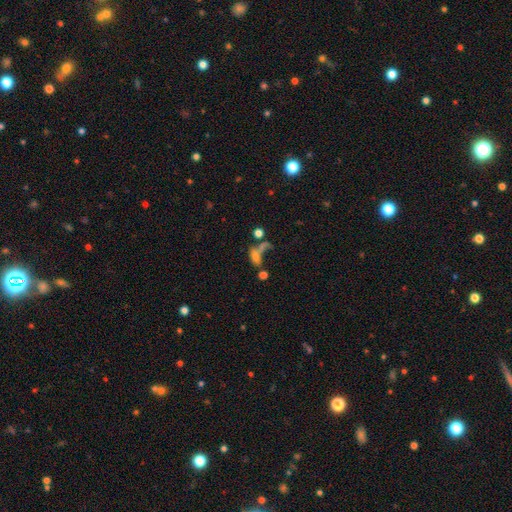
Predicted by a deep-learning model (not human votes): This appears to be a smooth galaxy with no disk features (54%) that is in between round and cigar-shaped (71%). Merging: merger (37%).